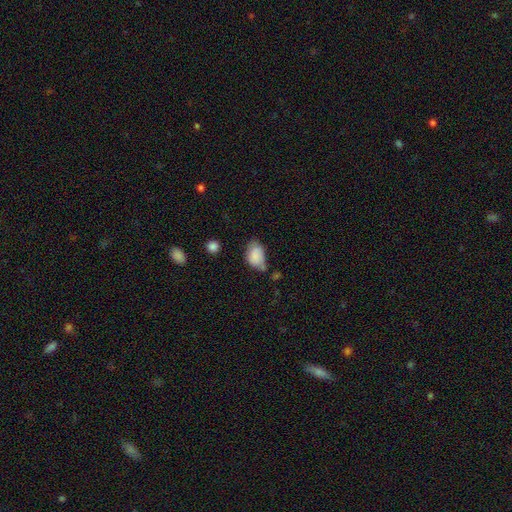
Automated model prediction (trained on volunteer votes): This is clearly a smooth galaxy (84%). How rounded: clearly in between (86%). Merging: marginally none (43%).